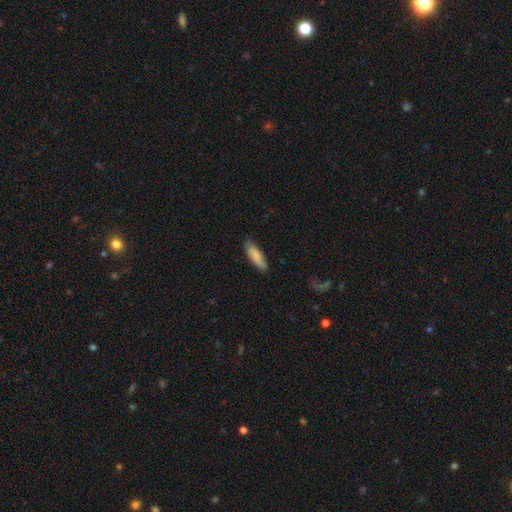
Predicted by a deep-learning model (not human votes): Smooth or featured? smooth (84%)
How rounded? in between (52%)
Merging? none (79%)